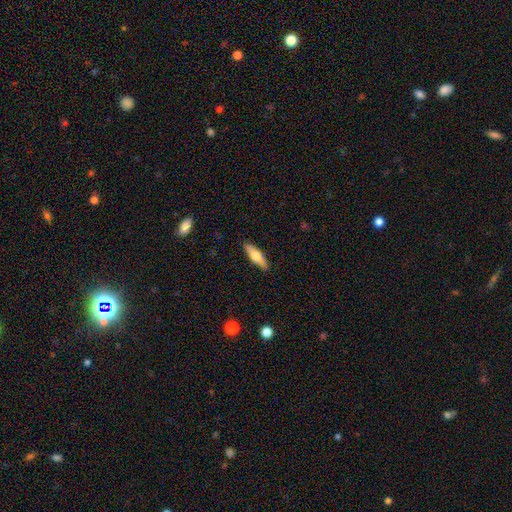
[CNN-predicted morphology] Smooth or featured?
  - smooth: 63% *
  - featured or disk: 31%
  - star or artifact: 6%
How rounded?
  - cigar-shaped: 57% *
  - in between: 41%
  - round: 2%
Merging?
  - none: 89% *
  - minor disturbance: 8%
  - major disturbance: 2%
  - merger: 1%